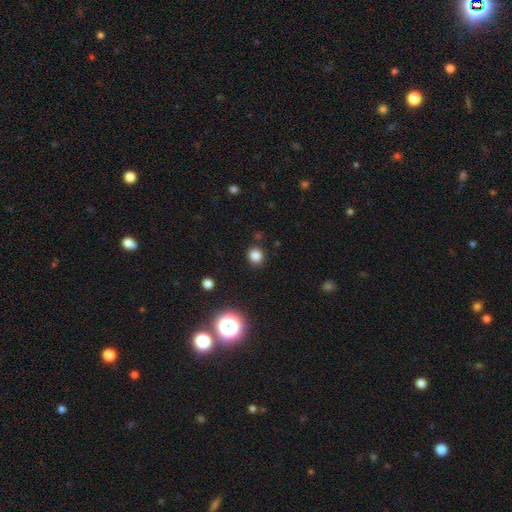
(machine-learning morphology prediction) This is clearly a smooth galaxy (82%). How rounded: clearly round (83%). Merging: clearly none (88%).